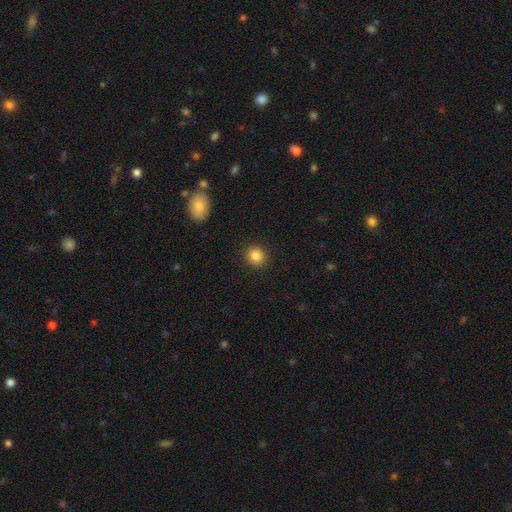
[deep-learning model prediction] Smooth or featured: smooth — 86% (star or artifact — 10%)
How rounded: round — 87% (in between — 12%)
Merging: none — 91% (minor disturbance — 6%)